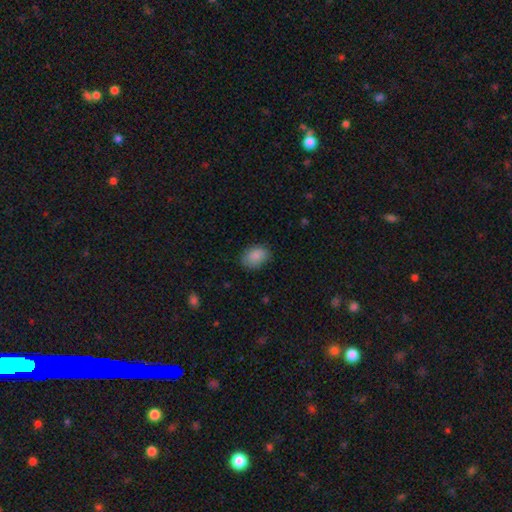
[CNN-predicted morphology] Smooth or featured: smooth — 87% (star or artifact — 7%)
How rounded: in between — 80% (round — 19%)
Merging: none — 81% (minor disturbance — 15%)